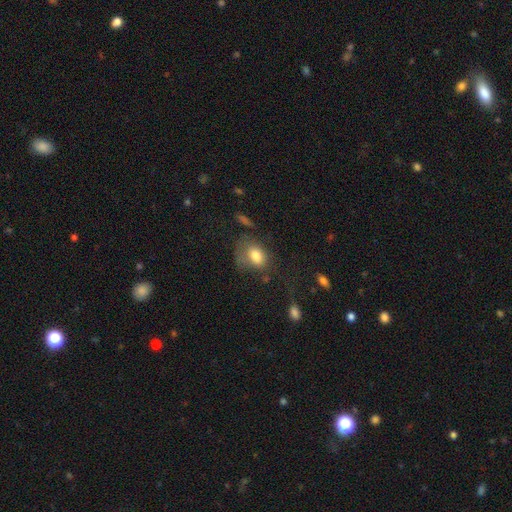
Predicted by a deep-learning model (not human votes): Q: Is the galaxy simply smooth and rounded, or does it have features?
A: smooth — 77%.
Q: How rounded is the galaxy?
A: in between — 77%.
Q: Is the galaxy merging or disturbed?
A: none — 41%.